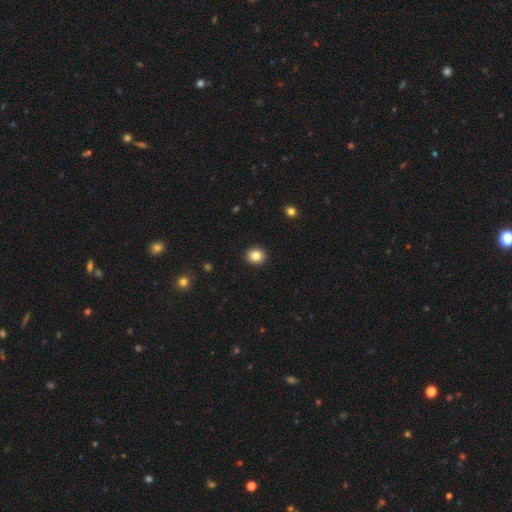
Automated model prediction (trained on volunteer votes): Smooth or featured? Predicted: smooth (p=0.84). How rounded? Predicted: round (p=0.81). Merging? Predicted: none (p=0.93).